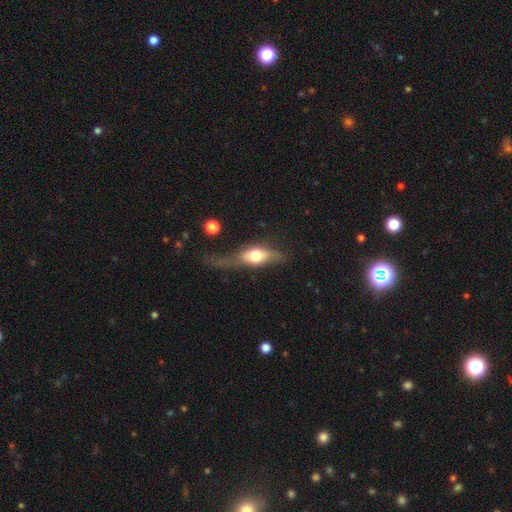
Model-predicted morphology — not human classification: Q: Smooth or featured?
A: smooth (53%); runner-up: featured or disk (40%)
Q: How rounded?
A: in between (68%); runner-up: cigar-shaped (23%)
Q: Merging?
A: major disturbance (37%); runner-up: none (31%)